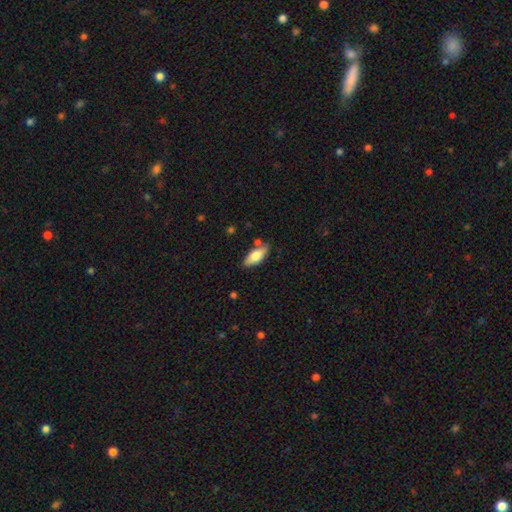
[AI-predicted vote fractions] This is likely a smooth galaxy (71%). How rounded: clearly in between (80%). Merging: likely none (78%).